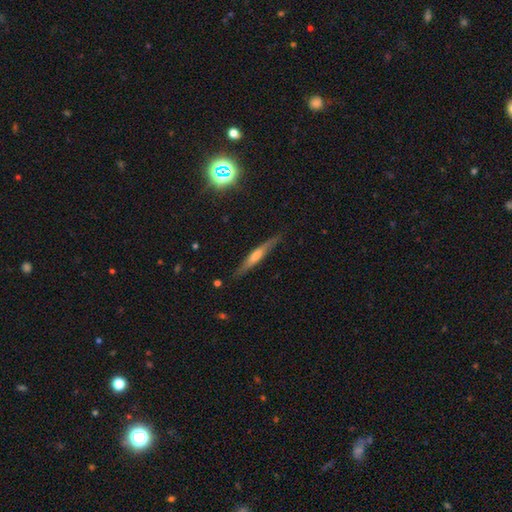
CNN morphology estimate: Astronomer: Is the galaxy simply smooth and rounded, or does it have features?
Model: featured or disk — 61%.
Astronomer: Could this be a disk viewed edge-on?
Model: yes — 94%.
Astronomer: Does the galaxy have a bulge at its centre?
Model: rounded — 60%.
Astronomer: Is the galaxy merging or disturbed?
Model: none — 85%.